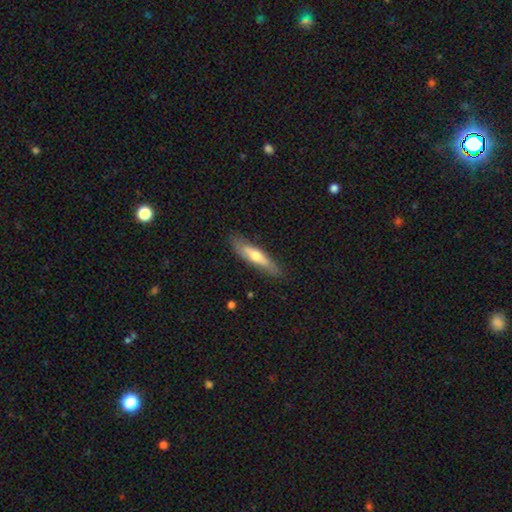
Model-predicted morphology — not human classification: Smooth or featured?
  - smooth: 54% *
  - featured or disk: 41%
  - star or artifact: 5%
How rounded?
  - cigar-shaped: 73% *
  - in between: 26%
  - round: 2%
Merging?
  - none: 81% *
  - minor disturbance: 14%
  - major disturbance: 3%
  - merger: 1%